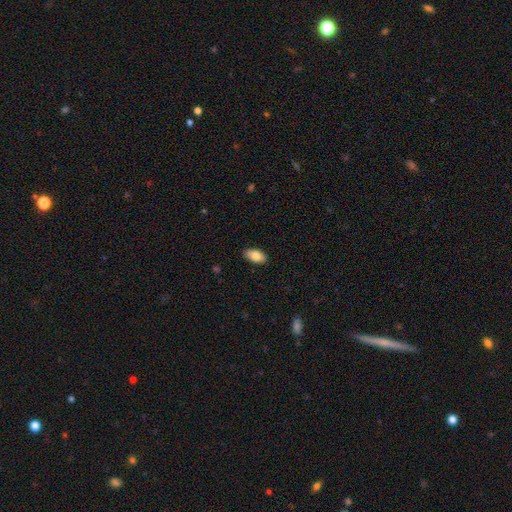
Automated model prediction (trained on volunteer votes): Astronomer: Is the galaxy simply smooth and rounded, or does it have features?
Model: smooth — 81%.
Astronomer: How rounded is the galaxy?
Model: in between — 94%.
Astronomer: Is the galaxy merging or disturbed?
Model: none — 88%.